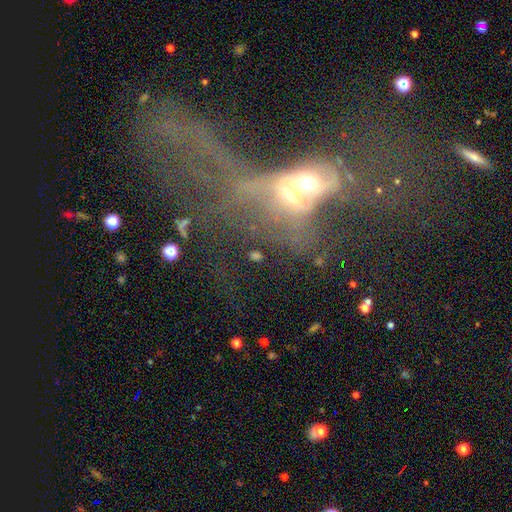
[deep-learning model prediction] smooth_or_featured: featured or disk (p=0.42) [alt: smooth p=0.32]
merging: none (p=0.37) [alt: merger p=0.31]